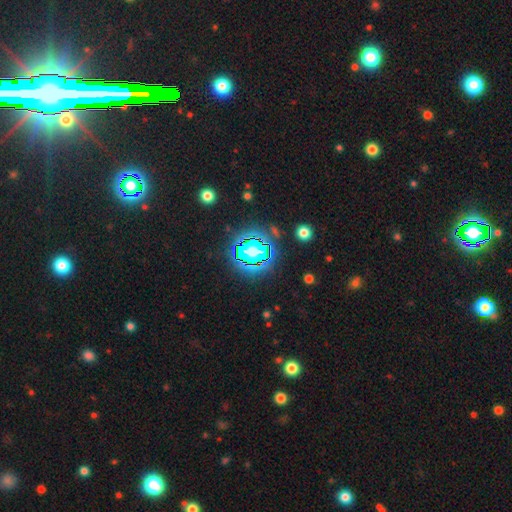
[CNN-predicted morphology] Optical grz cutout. It shows a star or artifact, not a galaxy (66%).